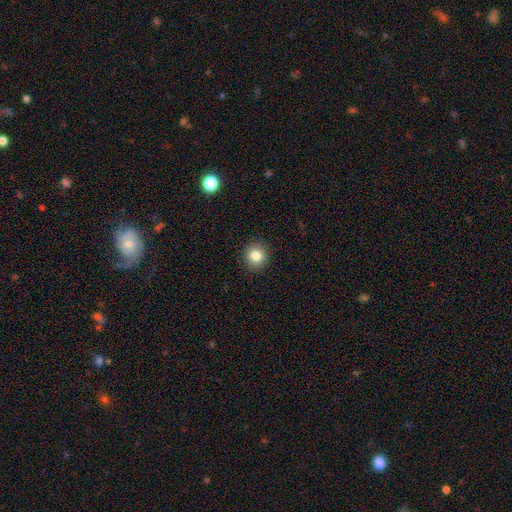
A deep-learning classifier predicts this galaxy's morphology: This is clearly a smooth galaxy (83%). How rounded: clearly round (90%). Merging: clearly none (92%).